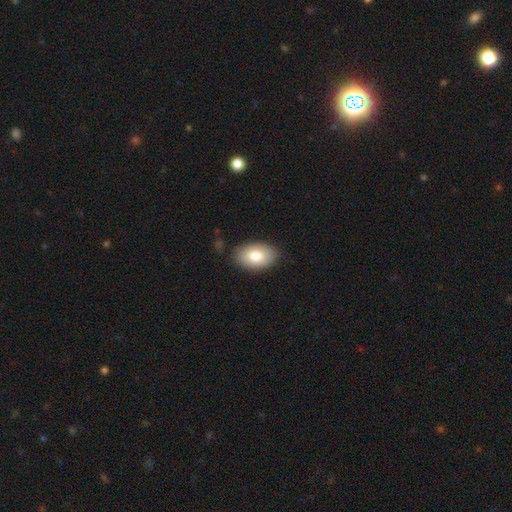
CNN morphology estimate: smooth-or-featured: smooth: 78% | featured or disk: 15% | star or artifact: 7%
  how-rounded: in between: 89% | round: 10% | cigar-shaped: 1%
  merging: none: 85% | minor disturbance: 11% | major disturbance: 3% | merger: 1%